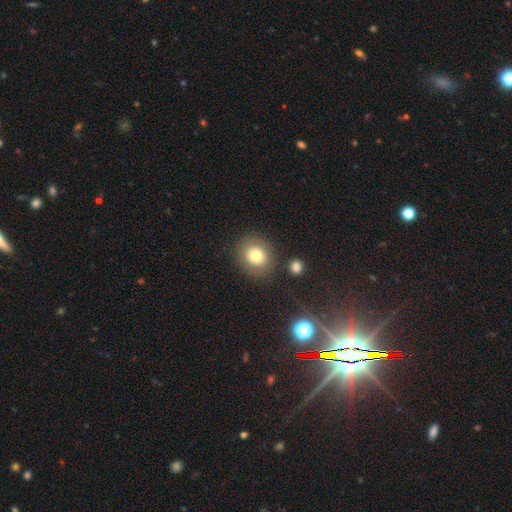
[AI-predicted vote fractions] A smooth galaxy with no disk features (78%) that is round (76%).

Vote fractions:
- Smooth or featured? smooth: 78% / featured or disk: 12% / star or artifact: 11%
- How rounded? round: 76% / in between: 23% / cigar-shaped: 1%
- Merging? none: 82% / minor disturbance: 9% / merger: 4% / major disturbance: 4%